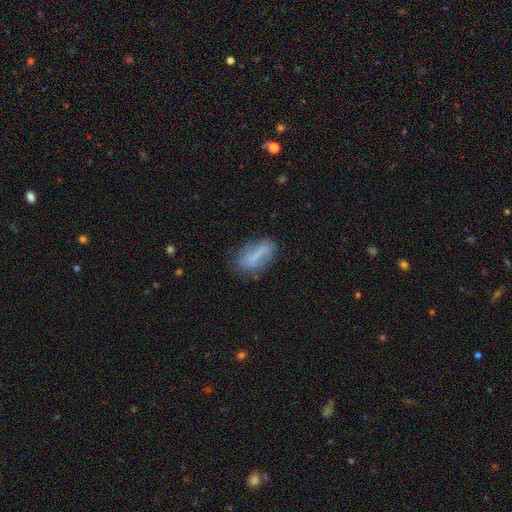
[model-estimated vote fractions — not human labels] A smooth galaxy with no disk features (55%) that is in between round and cigar-shaped (75%). Merging: none (65%).